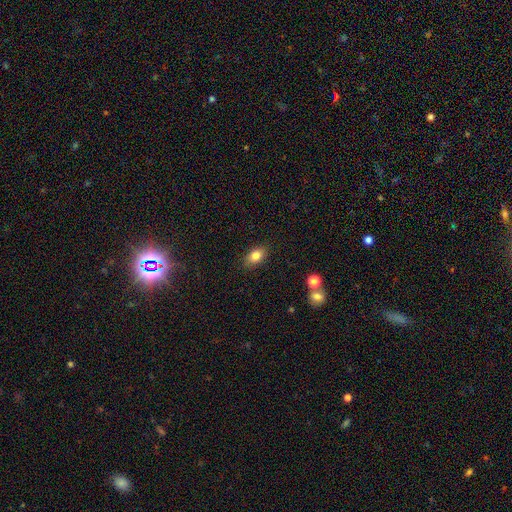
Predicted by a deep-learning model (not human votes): smooth-or-featured: smooth: 81% | featured or disk: 9% | star or artifact: 9%
  how-rounded: in between: 84% | round: 13% | cigar-shaped: 2%
  merging: none: 86% | minor disturbance: 10% | major disturbance: 2% | merger: 2%